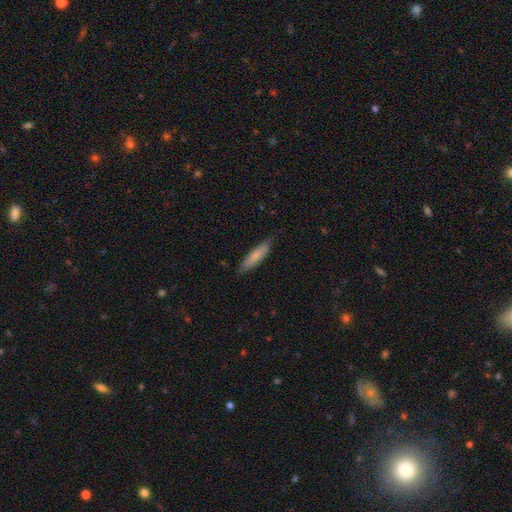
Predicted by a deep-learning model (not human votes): Smooth or featured: smooth — 70% (featured or disk — 25%)
How rounded: cigar-shaped — 68% (in between — 30%)
Merging: none — 76% (minor disturbance — 19%)